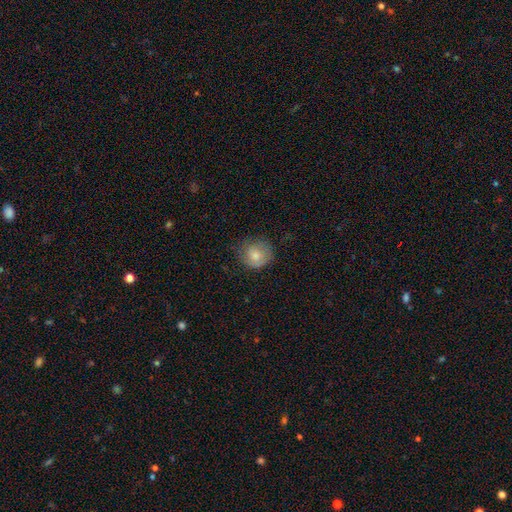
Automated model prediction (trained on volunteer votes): A smooth galaxy with no disk features (73%) that is round (85%). Merging: none (67%).